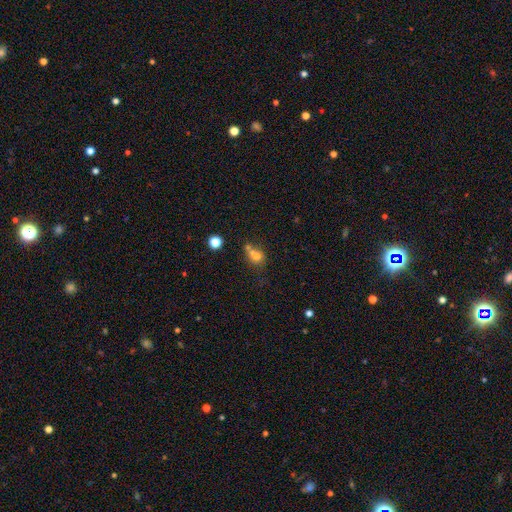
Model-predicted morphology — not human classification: A smooth galaxy with no disk features (67%) that is round (73%). Merging: merger (48%).